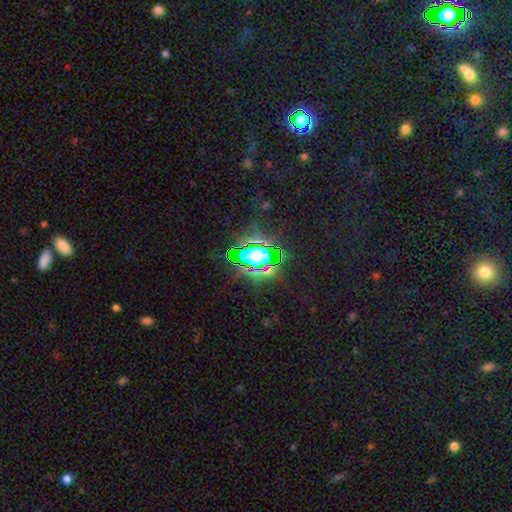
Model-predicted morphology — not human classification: smooth_or_featured: star or artifact (p=0.74) [alt: smooth p=0.15]